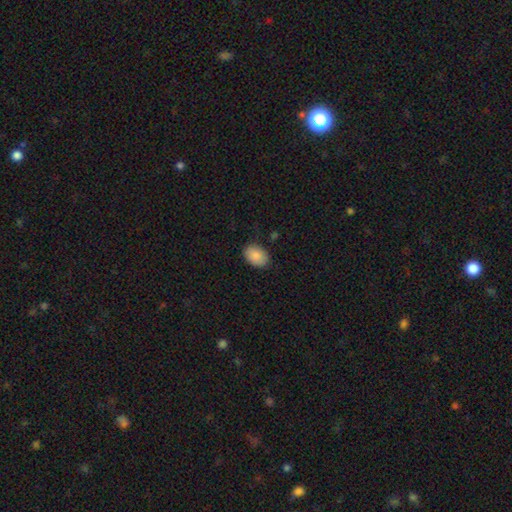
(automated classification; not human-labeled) smooth-or-featured: smooth: 88% | star or artifact: 7% | featured or disk: 5%
  how-rounded: in between: 85% | round: 14% | cigar-shaped: 1%
  merging: none: 85% | minor disturbance: 11% | major disturbance: 3% | merger: 1%